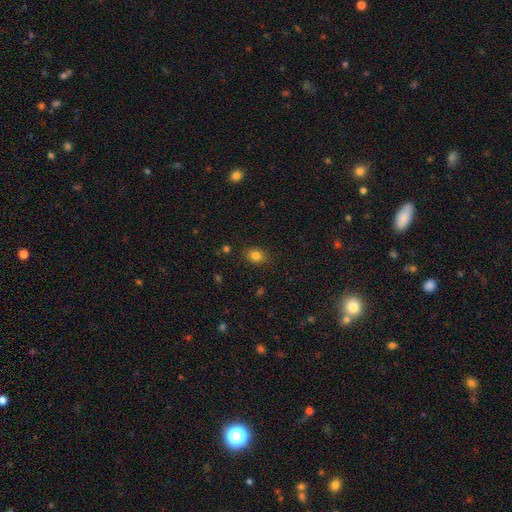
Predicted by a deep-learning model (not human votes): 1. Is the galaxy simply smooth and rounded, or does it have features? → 82% smooth, 12% star or artifact, 7% featured or disk.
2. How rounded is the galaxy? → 59% in between, 40% round, 1% cigar-shaped.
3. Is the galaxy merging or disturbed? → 86% none, 10% minor disturbance, 3% major disturbance, 1% merger.